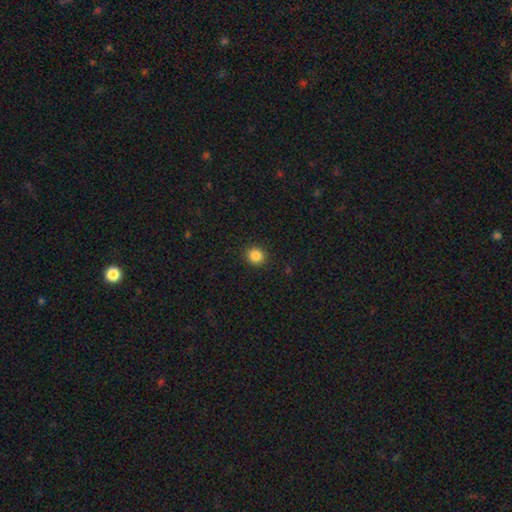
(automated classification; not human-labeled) This is clearly a smooth galaxy (86%). How rounded: clearly round (88%). Merging: clearly none (92%).